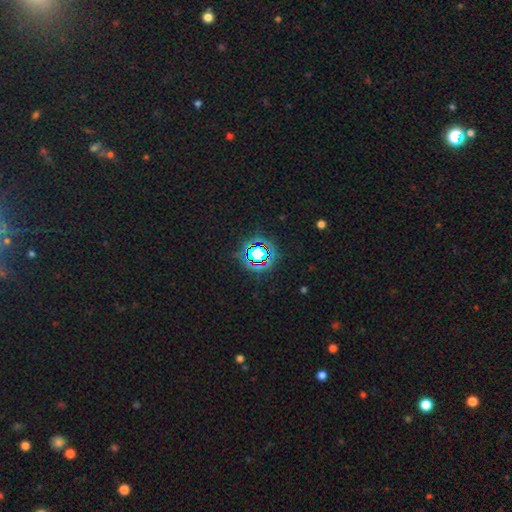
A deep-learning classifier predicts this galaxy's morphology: Overall: star or artifact (70%).